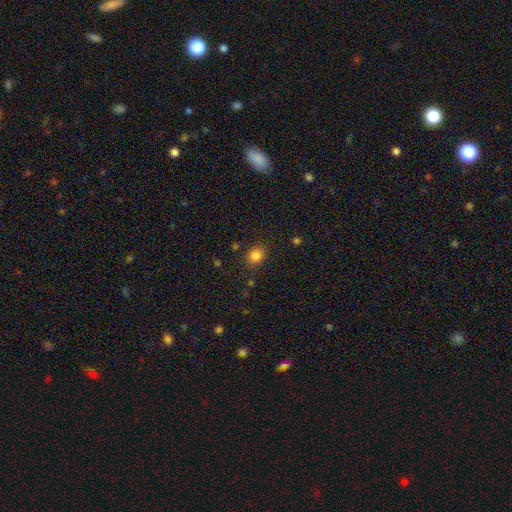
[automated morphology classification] Smooth or featured: smooth — 82% (star or artifact — 13%)
How rounded: round — 71% (in between — 29%)
Merging: none — 84% (minor disturbance — 10%)